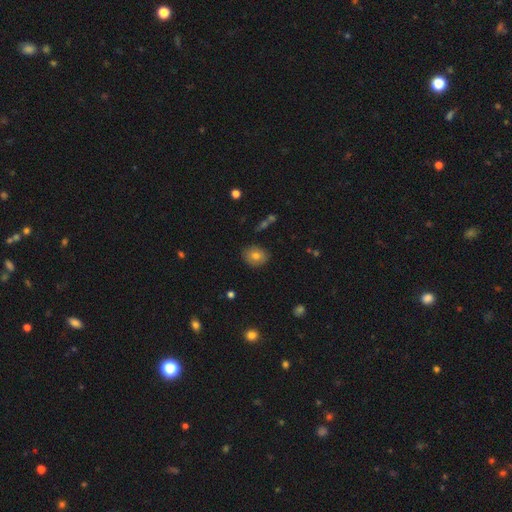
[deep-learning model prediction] Smooth or featured? Predicted: smooth (p=0.76). How rounded? Predicted: round (p=0.59). Merging? Predicted: none (p=0.85).